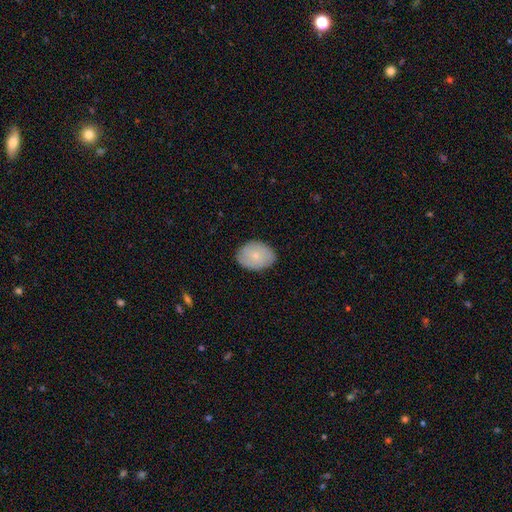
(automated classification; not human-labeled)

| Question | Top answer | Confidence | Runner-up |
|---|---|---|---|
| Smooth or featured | smooth | 74% | featured or disk (20%) |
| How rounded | in between | 67% | round (32%) |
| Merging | none | 83% | minor disturbance (14%) |